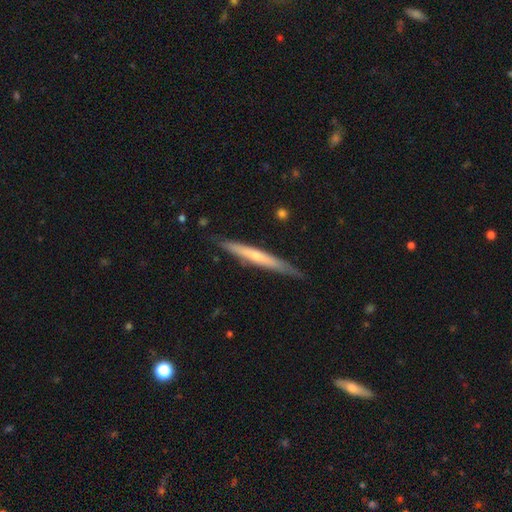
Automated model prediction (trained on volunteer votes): Morphology: type=featured or disk (52%); edge-on=yes (94%); merging=none (84%).